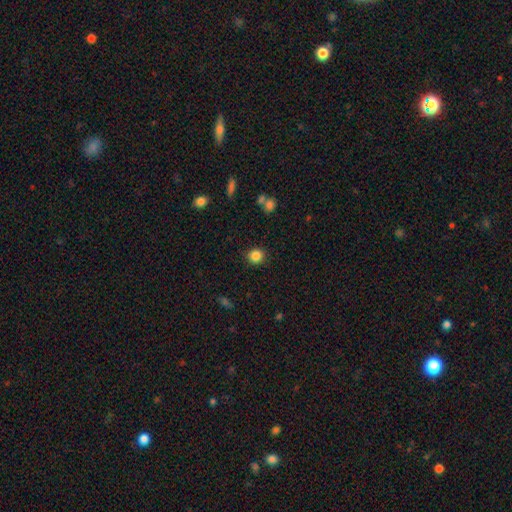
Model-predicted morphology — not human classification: smooth_or_featured: smooth (p=0.85) [alt: star or artifact p=0.11]
how_rounded: round (p=0.89) [alt: in between p=0.10]
merging: none (p=0.90) [alt: minor disturbance p=0.06]